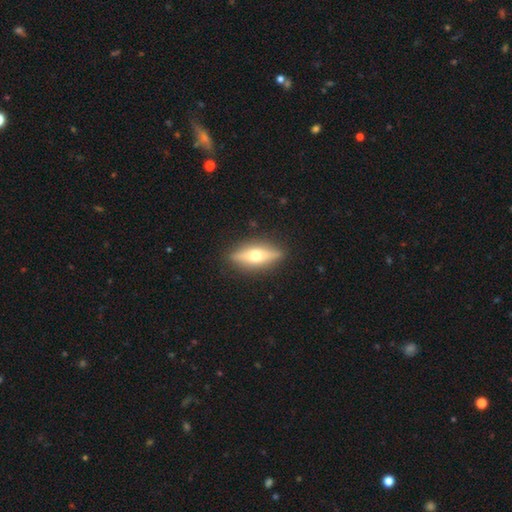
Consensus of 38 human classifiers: A featured or disk galaxy (47%) viewed edge-on (83%) with a rounded central bulge (87%). Merging: none (97%).